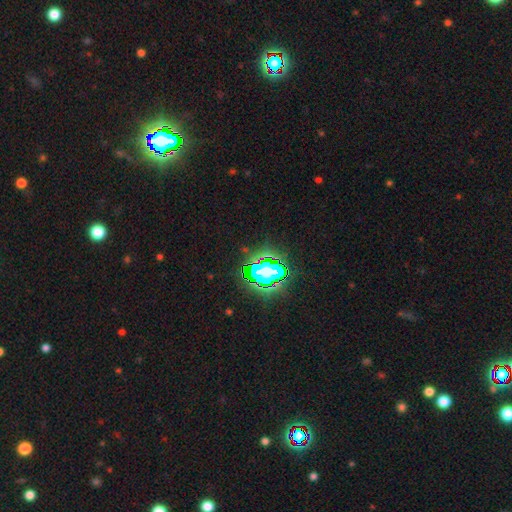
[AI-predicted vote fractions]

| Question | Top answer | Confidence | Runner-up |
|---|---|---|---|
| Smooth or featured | star or artifact | 83% | smooth (10%) |